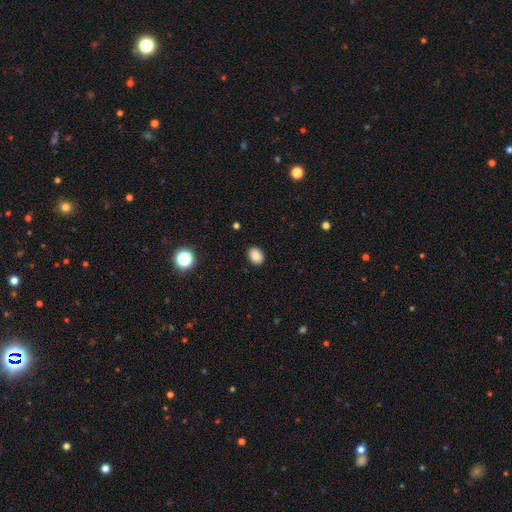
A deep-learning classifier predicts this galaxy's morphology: This is clearly a smooth galaxy (86%). How rounded: likely in between (66%). Merging: clearly none (89%).